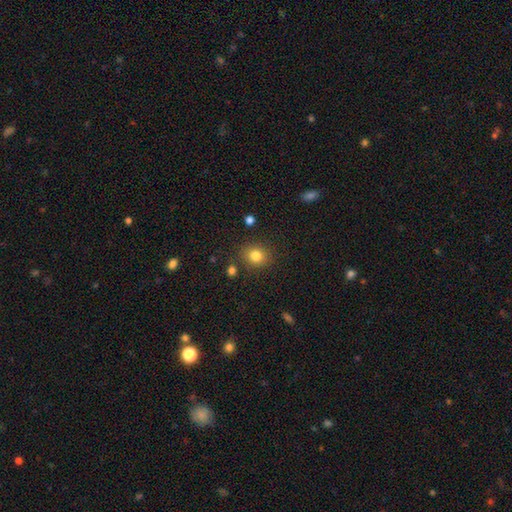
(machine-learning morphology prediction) type=smooth (82%); roundness=round (76%); merging=none (85%).